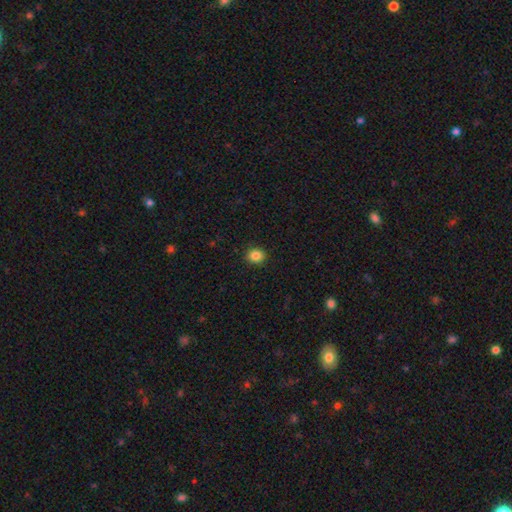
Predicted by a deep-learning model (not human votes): Smooth or featured: smooth — 85% (star or artifact — 10%)
How rounded: round — 77% (in between — 22%)
Merging: none — 92% (minor disturbance — 5%)